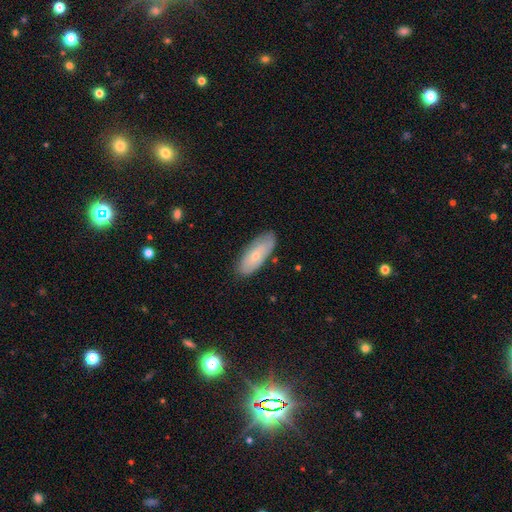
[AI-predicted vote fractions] Smooth or featured: smooth — 58% (featured or disk — 35%)
How rounded: in between — 80% (cigar-shaped — 18%)
Merging: none — 80% (minor disturbance — 16%)